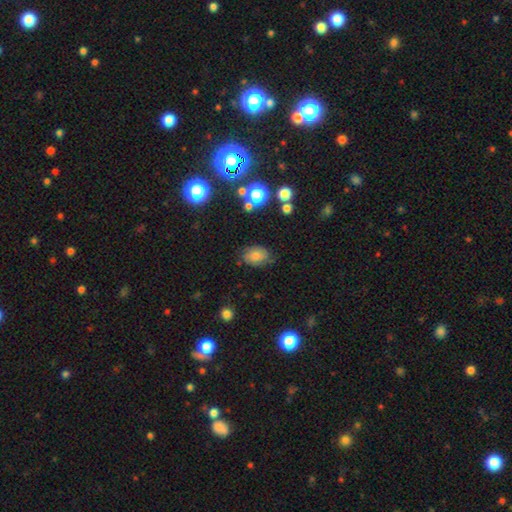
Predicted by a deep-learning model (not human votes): Q: Smooth or featured?
A: smooth (60%); runner-up: featured or disk (27%)
Q: How rounded?
A: in between (75%); runner-up: round (24%)
Q: Merging?
A: none (70%); runner-up: minor disturbance (21%)